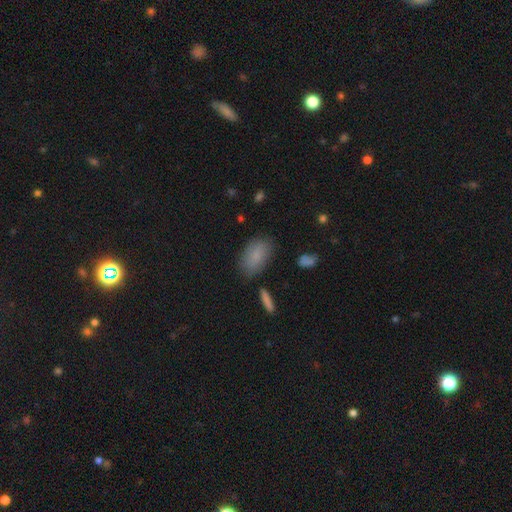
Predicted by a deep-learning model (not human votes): The model was most divided on "merging": none: 78%, minor disturbance: 15%, major disturbance: 4%, merger: 3%. More confident: how rounded — in between (92%); smooth or featured — smooth (84%).